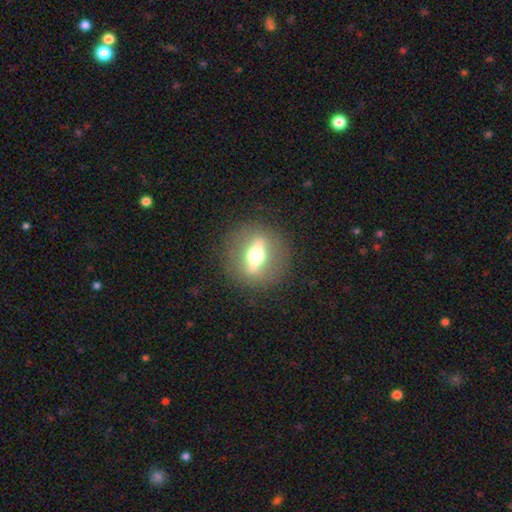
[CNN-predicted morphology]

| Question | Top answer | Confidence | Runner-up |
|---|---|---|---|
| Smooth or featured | featured or disk | 73% | smooth (19%) |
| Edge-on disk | yes | 65% | no (35%) |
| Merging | none | 86% | minor disturbance (8%) |